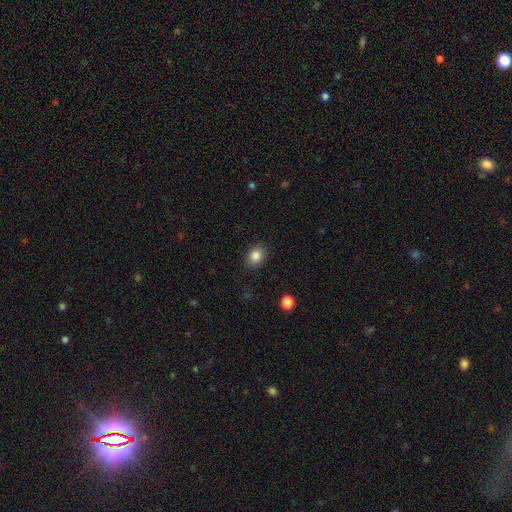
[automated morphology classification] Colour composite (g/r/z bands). It shows a smooth galaxy with no disk features (85%) that is round (57%). Merging: none (88%).